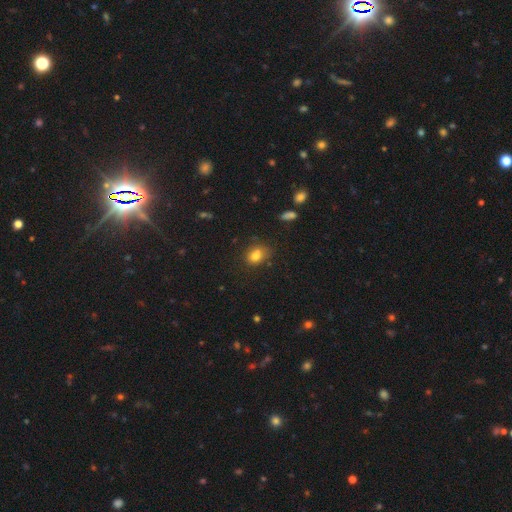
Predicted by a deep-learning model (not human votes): Smooth or featured? Predicted: smooth (p=0.79). How rounded? Predicted: in between (p=0.63). Merging? Predicted: none (p=0.66).